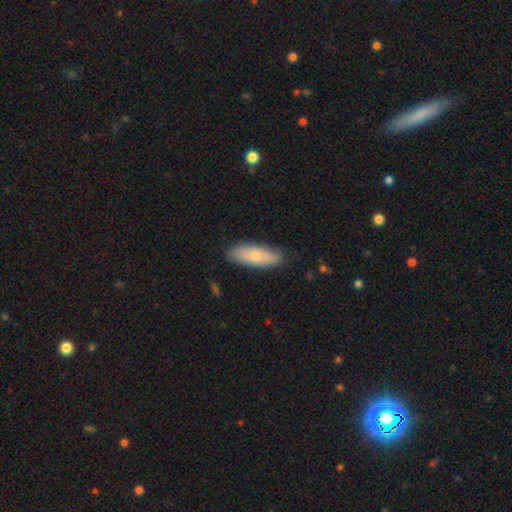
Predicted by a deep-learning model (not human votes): smooth 68%, featured or disk 26%, star or artifact 6%. Down the decision tree: how rounded — in between (64%); merging — none (80%).